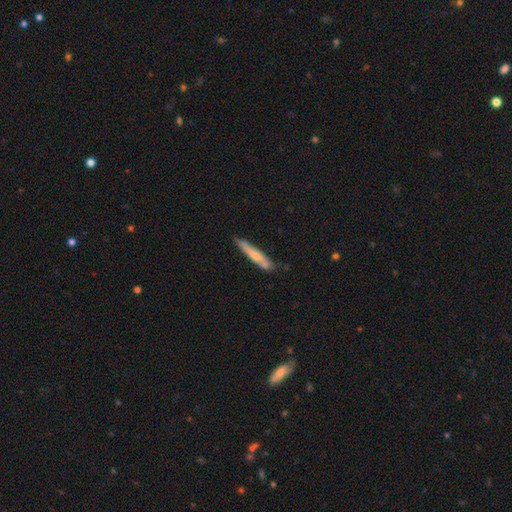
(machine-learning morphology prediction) smooth_or_featured: smooth (p=0.59) [alt: featured or disk p=0.35]
how_rounded: cigar-shaped (p=0.91) [alt: in between p=0.07]
merging: none (p=0.65) [alt: minor disturbance p=0.22]